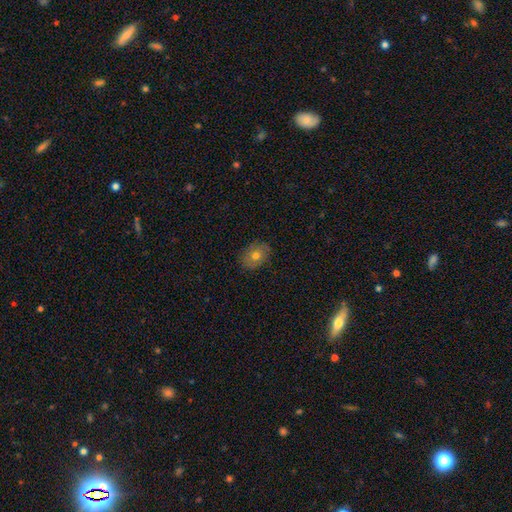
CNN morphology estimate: Overall: smooth (72%). How rounded: in between (69%; round 30%). Merging: none (86%).